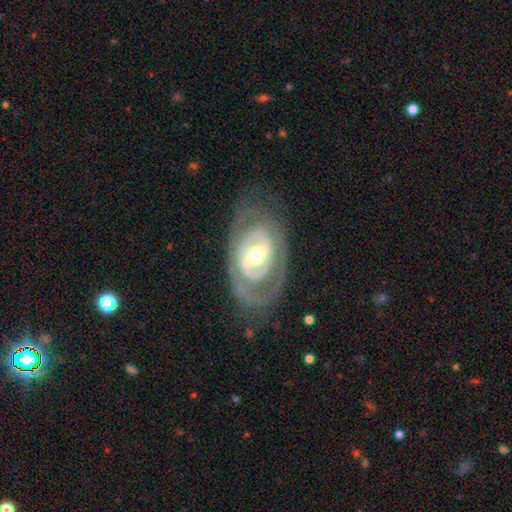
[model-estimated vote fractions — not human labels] Smooth or featured? Predicted: featured or disk (p=0.78). Edge-on disk? Predicted: no (p=0.93). Bar? Predicted: weak (p=0.36). Spiral arms? Predicted: yes (p=0.50, tied with no). Bulge size? Predicted: moderate (p=0.68). Merging? Predicted: none (p=0.71).